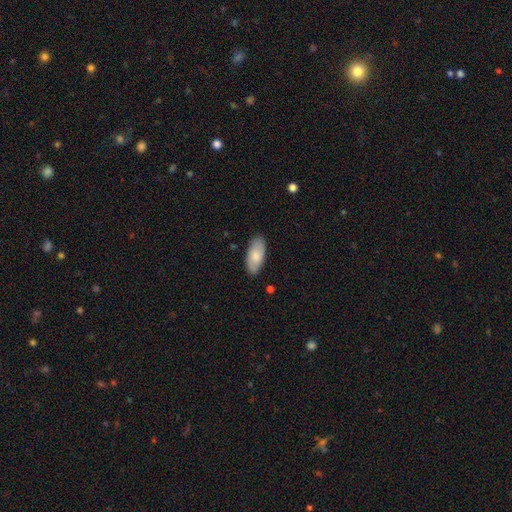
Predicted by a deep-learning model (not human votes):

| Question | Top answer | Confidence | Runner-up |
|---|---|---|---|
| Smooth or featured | smooth | 74% | featured or disk (20%) |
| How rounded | in between | 91% | cigar-shaped (7%) |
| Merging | none | 86% | minor disturbance (11%) |